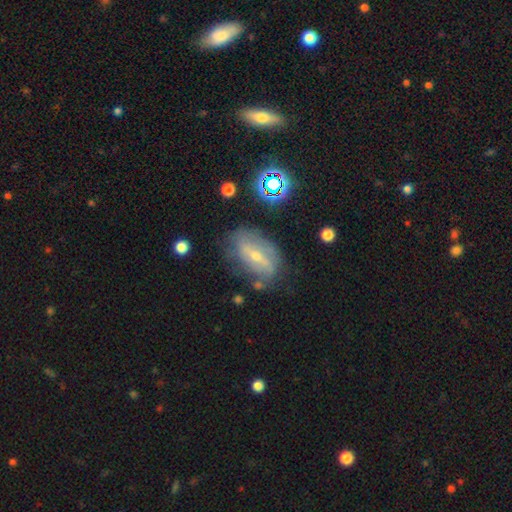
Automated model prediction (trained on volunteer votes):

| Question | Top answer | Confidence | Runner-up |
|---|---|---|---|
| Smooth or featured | featured or disk | 64% | smooth (25%) |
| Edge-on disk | no | 86% | yes (14%) |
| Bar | strong | 39% | weak (37%) |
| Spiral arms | yes | 67% | no (33%) |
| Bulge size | small | 57% | moderate (38%) |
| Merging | none | 60% | minor disturbance (25%) |